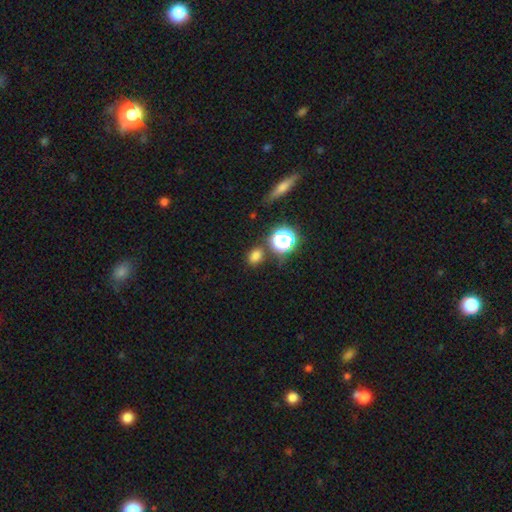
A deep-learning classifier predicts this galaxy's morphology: Smooth or featured? smooth (75%)
How rounded? in between (57%)
Merging? none (77%)